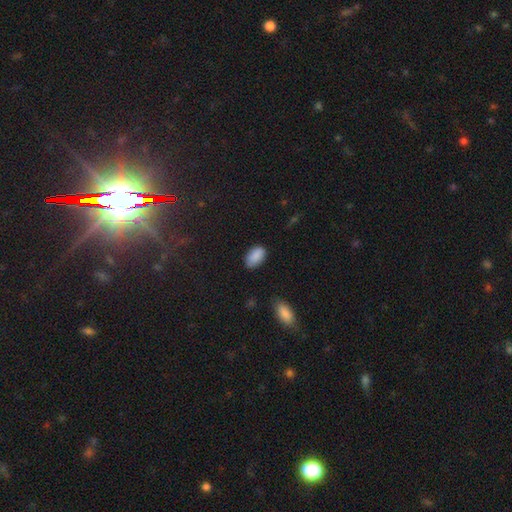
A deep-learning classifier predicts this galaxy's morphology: Overall: smooth (88%). How rounded: in between (94%). Merging: none (79%).